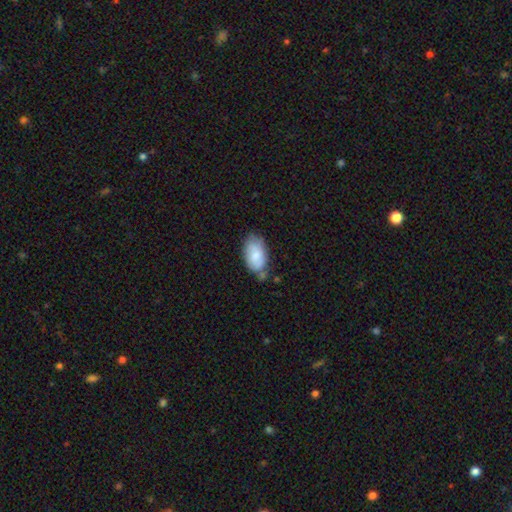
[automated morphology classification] type=smooth (78%); roundness=in between (94%); merging=none (55%).